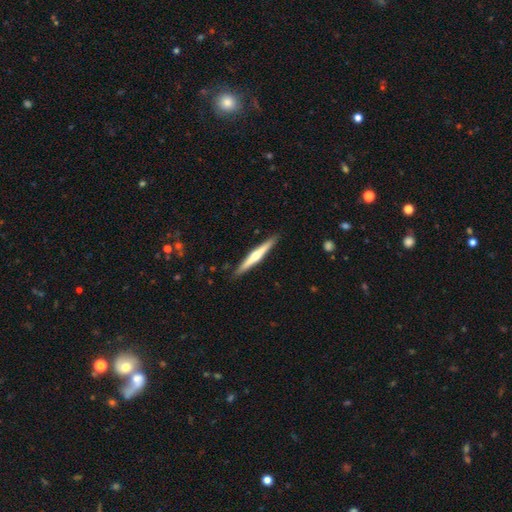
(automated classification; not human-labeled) Smooth or featured? featured or disk (62%)
Edge-on disk? yes (97%)
Edge-on bulge? rounded (85%)
Merging? none (90%)